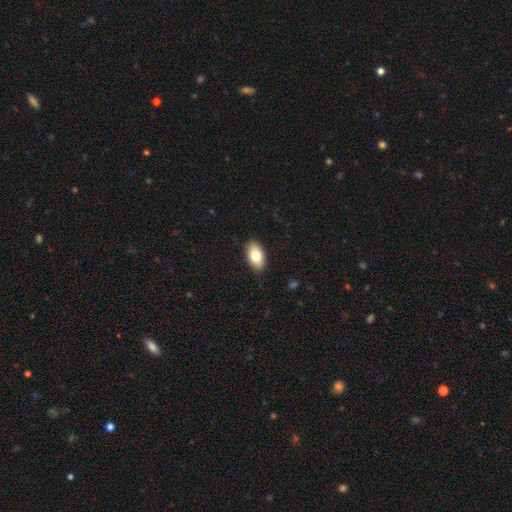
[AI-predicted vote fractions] Morphology: type=smooth (79%); roundness=in between (93%); merging=none (88%).